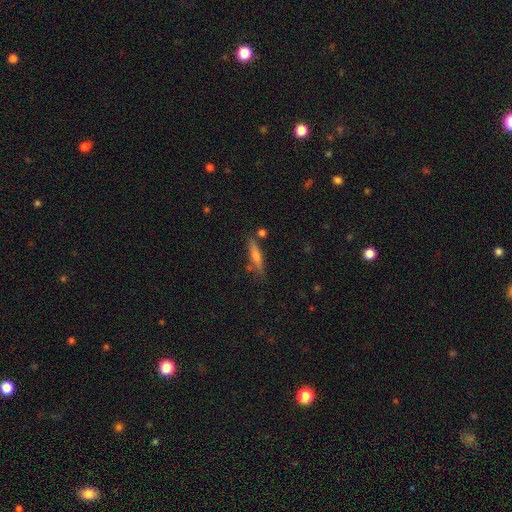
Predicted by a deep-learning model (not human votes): Smooth or featured? Predicted: smooth (p=0.46). Merging? Predicted: none (p=0.78).